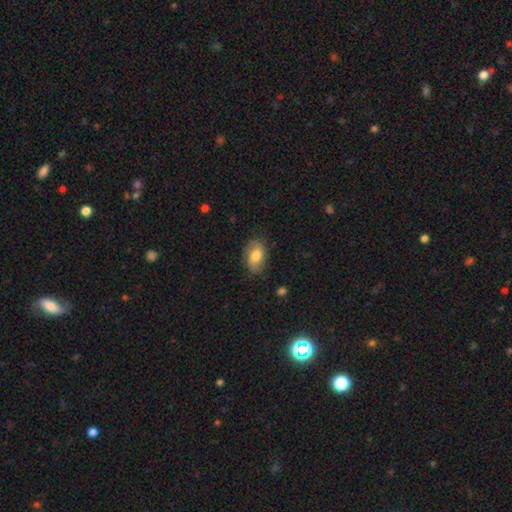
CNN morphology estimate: Smooth or featured: smooth — 72% (featured or disk — 20%)
How rounded: in between — 87% (round — 11%)
Merging: none — 77% (minor disturbance — 17%)